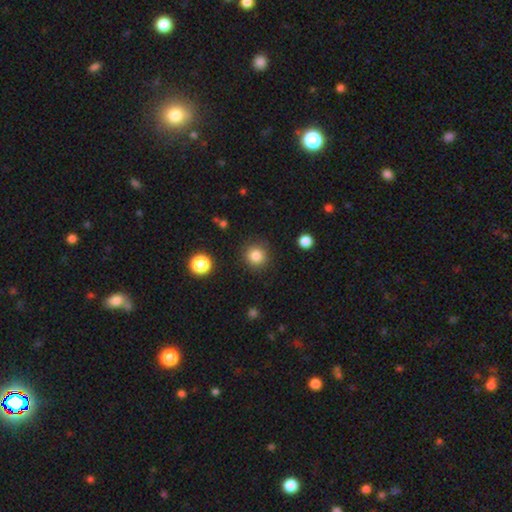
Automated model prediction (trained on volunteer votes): smooth 84%, star or artifact 11%, featured or disk 5%. Down the decision tree: how rounded — round (92%); merging — none (87%).